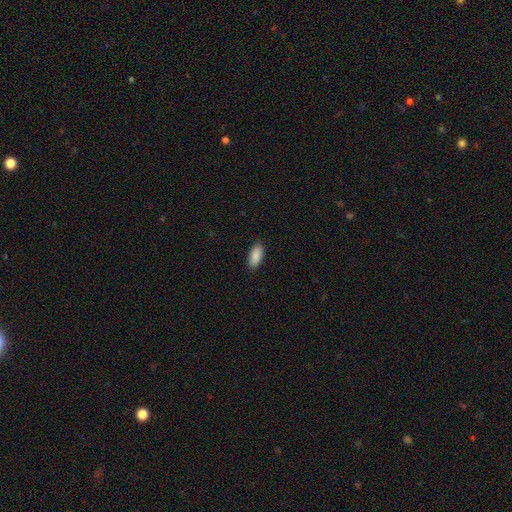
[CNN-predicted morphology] Q: Smooth or featured?
A: smooth (90%); runner-up: star or artifact (6%)
Q: How rounded?
A: in between (87%); runner-up: cigar-shaped (11%)
Q: Merging?
A: none (89%); runner-up: minor disturbance (8%)